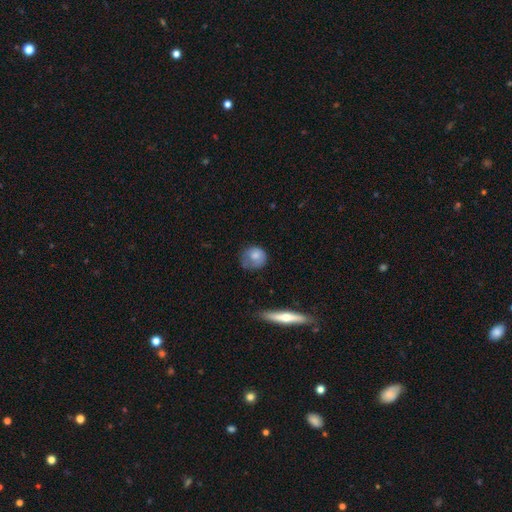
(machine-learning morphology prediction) Smooth or featured: smooth — 72% (featured or disk — 20%)
How rounded: round — 80% (in between — 19%)
Merging: none — 47% (minor disturbance — 33%)